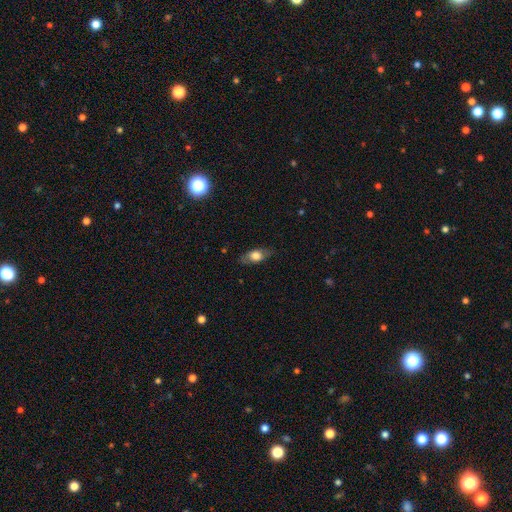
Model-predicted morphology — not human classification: A smooth galaxy with no disk features (63%) that is in between round and cigar-shaped (78%).

Vote fractions:
- Smooth or featured? smooth: 63% / featured or disk: 30% / star or artifact: 7%
- How rounded? in between: 78% / cigar-shaped: 13% / round: 10%
- Merging? none: 79% / minor disturbance: 16% / major disturbance: 4% / merger: 1%